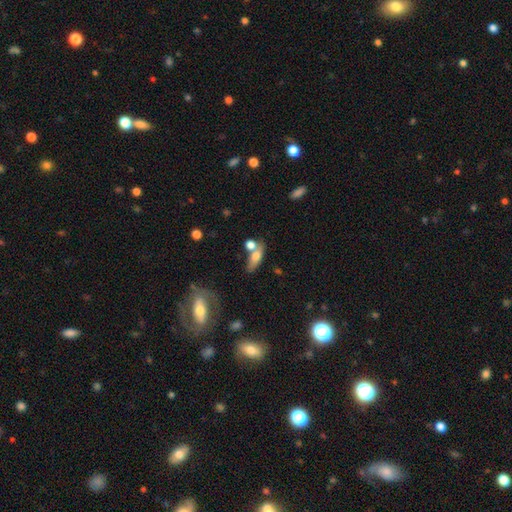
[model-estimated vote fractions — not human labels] Smooth or featured? Predicted: smooth (p=0.68). How rounded? Predicted: in between (p=0.59). Merging? Predicted: none (p=0.48).